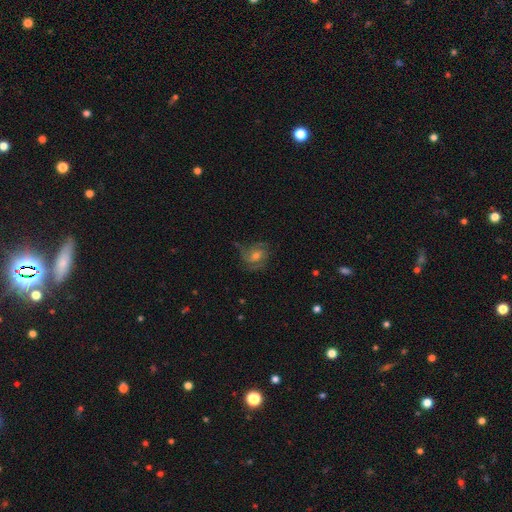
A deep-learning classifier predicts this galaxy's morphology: Smooth or featured? featured or disk (66%)
Edge-on disk? no (97%)
Bar? no (59%)
Spiral arms? yes (88%)
Spiral winding? medium (44%)
Spiral arm count? 2 (34%)
Bulge size? moderate (60%)
Merging? none (65%)